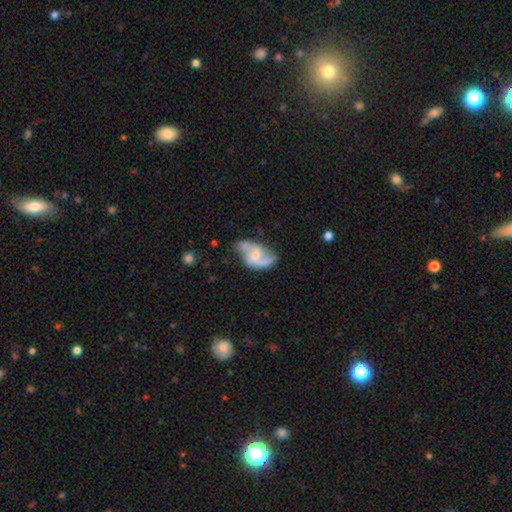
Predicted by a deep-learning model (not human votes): This is clearly a featured or disk galaxy (81%). It is clearly not viewed edge-on (97%). Bar: possibly weak (51%). Spiral arm pattern: clearly yes (93%). Spiral arm count: clearly 2 (89%). Spiral winding: possibly loose (54%). Central bulge: marginally small (43%). Merging: possibly none (59%).